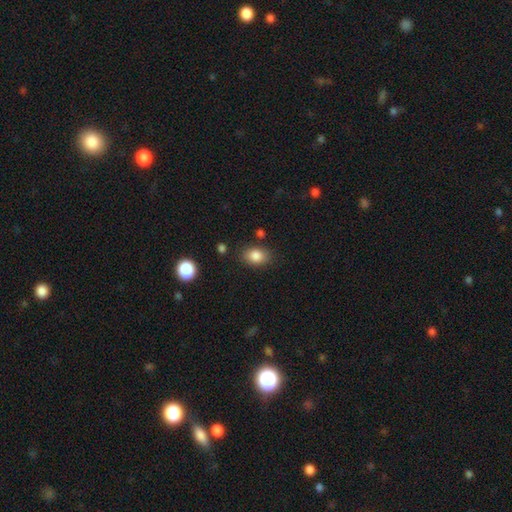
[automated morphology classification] The model was most divided on "how rounded": in between: 77%, round: 22%, cigar-shaped: 1%. More confident: smooth or featured — smooth (84%); merging — none (81%).